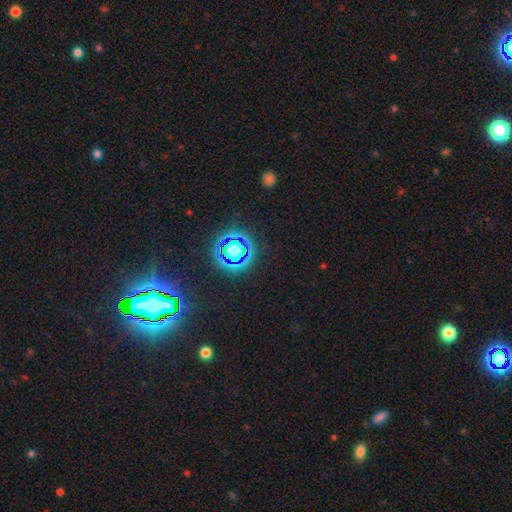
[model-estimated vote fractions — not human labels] This appears to be a star or artifact, not a galaxy (81%).